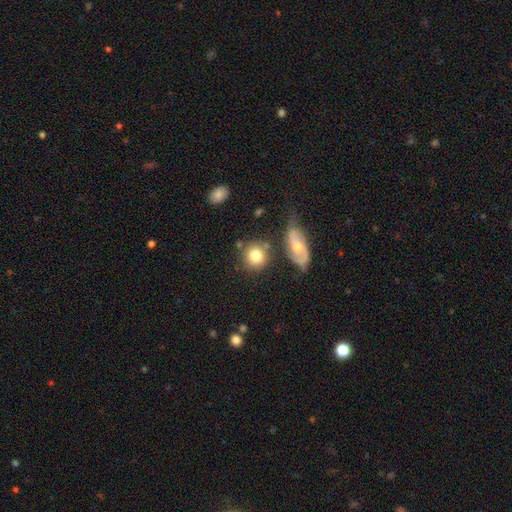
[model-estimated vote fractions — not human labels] The model was most divided on "merging": none: 67%, merger: 14%, minor disturbance: 14%, major disturbance: 5%. More confident: how rounded — round (83%); smooth or featured — smooth (78%).